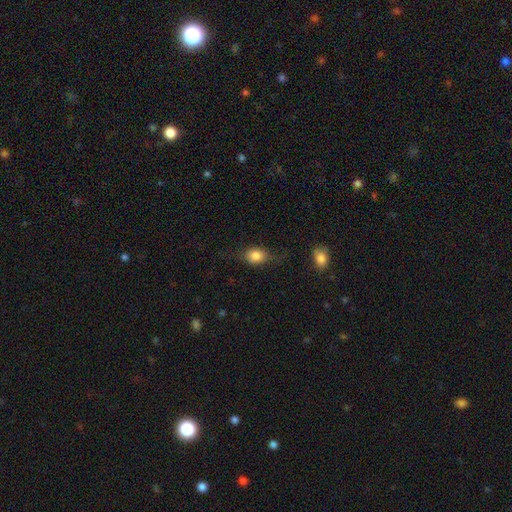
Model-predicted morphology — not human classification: smooth-or-featured: smooth: 76% | featured or disk: 14% | star or artifact: 9%
  how-rounded: in between: 58% | round: 39% | cigar-shaped: 3%
  merging: none: 61% | minor disturbance: 25% | major disturbance: 11% | merger: 2%